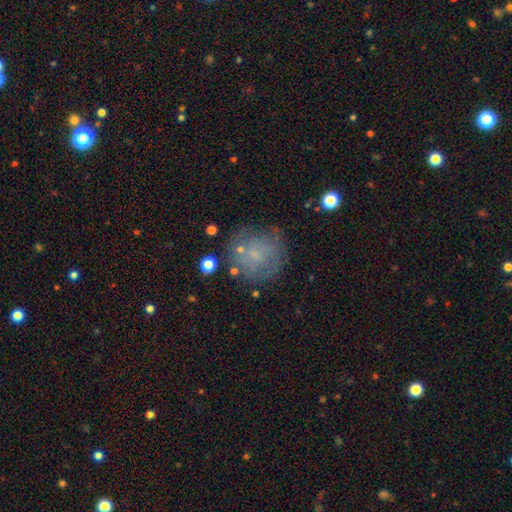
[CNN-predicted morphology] A smooth galaxy with no disk features (52%) that is round (87%).

Vote fractions:
- Smooth or featured? smooth: 52% / featured or disk: 34% / star or artifact: 14%
- How rounded? round: 87% / in between: 12% / cigar-shaped: 1%
- Merging? none: 67% / minor disturbance: 19% / major disturbance: 11% / merger: 4%